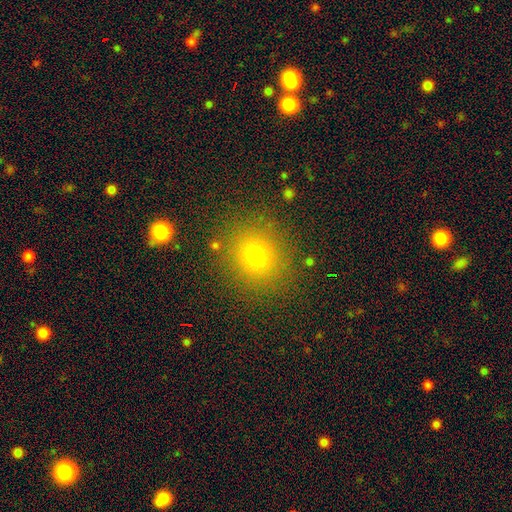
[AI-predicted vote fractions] Q: Smooth or featured?
A: smooth (72%); runner-up: star or artifact (19%)
Q: How rounded?
A: round (84%); runner-up: in between (15%)
Q: Merging?
A: none (87%); runner-up: minor disturbance (8%)